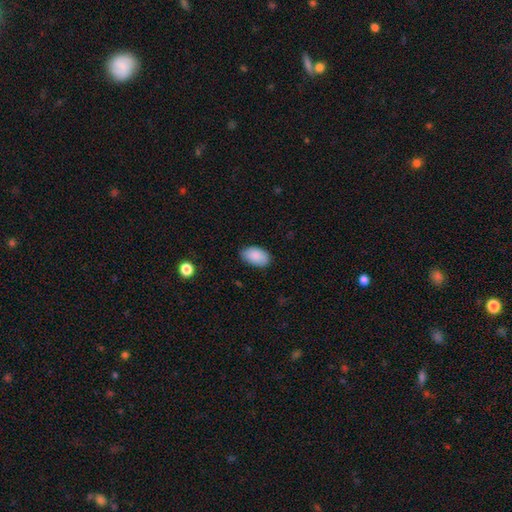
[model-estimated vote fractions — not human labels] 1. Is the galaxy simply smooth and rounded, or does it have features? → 88% smooth, 7% star or artifact, 5% featured or disk.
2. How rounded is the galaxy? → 92% in between, 6% round, 1% cigar-shaped.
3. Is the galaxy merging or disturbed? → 79% none, 17% minor disturbance, 3% major disturbance, 1% merger.